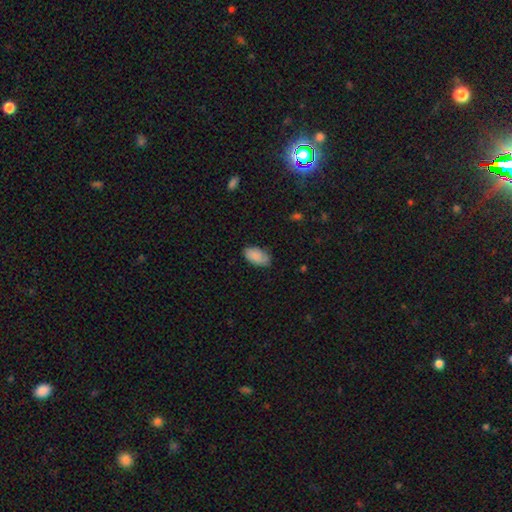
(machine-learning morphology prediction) A smooth galaxy with no disk features (86%) that is in between round and cigar-shaped (94%).

Vote fractions:
- Smooth or featured? smooth: 86% / featured or disk: 7% / star or artifact: 7%
- How rounded? in between: 94% / round: 4% / cigar-shaped: 2%
- Merging? none: 75% / minor disturbance: 20% / major disturbance: 4% / merger: 1%